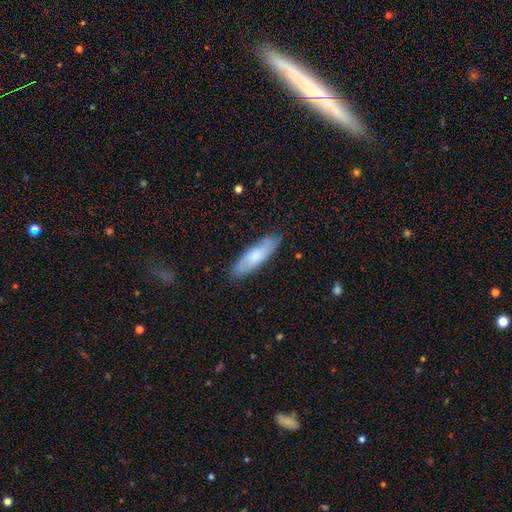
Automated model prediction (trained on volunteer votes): smooth_or_featured: smooth (p=0.65) [alt: featured or disk p=0.29]
how_rounded: cigar-shaped (p=0.58) [alt: in between p=0.41]
merging: none (p=0.84) [alt: minor disturbance p=0.13]